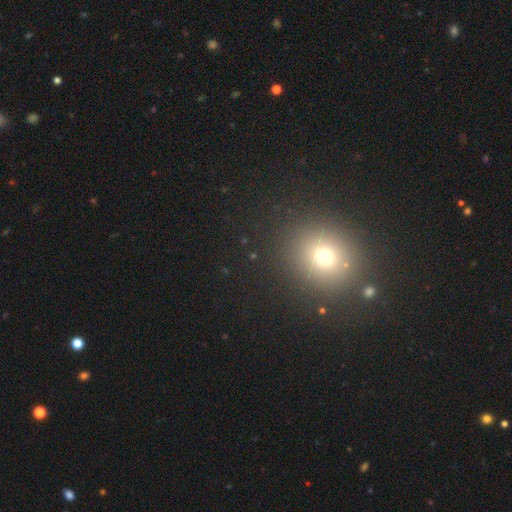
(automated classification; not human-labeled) smooth_or_featured: smooth (p=0.62) [alt: star or artifact p=0.30]
how_rounded: round (p=0.80) [alt: in between p=0.18]
merging: none (p=0.90) [alt: minor disturbance p=0.05]